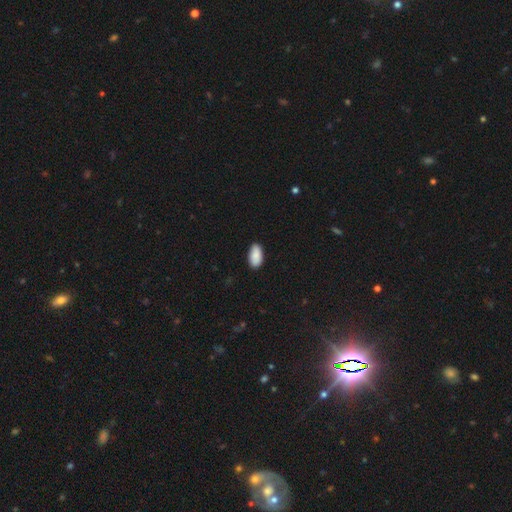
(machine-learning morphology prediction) Smooth or featured? Predicted: smooth (p=0.90). How rounded? Predicted: in between (p=0.95). Merging? Predicted: none (p=0.86).